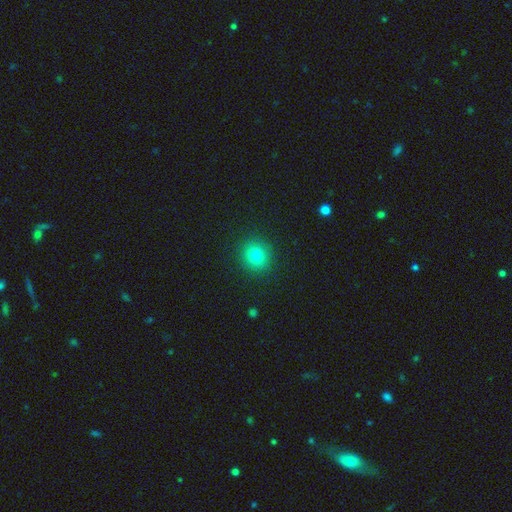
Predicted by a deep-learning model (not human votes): smooth 80%, star or artifact 13%, featured or disk 7%. Down the decision tree: how rounded — round (85%); merging — none (90%).